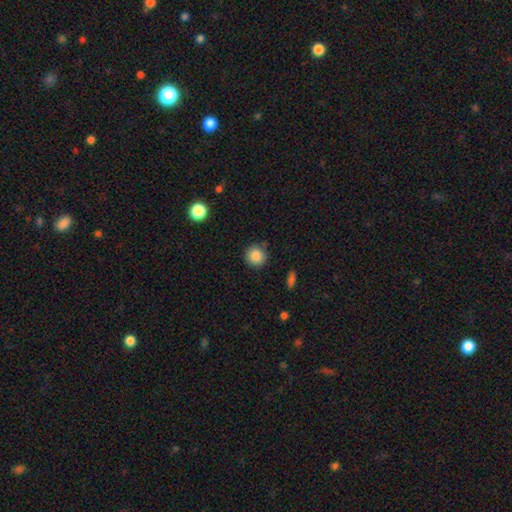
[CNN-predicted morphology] A smooth galaxy with no disk features (86%) that is round (93%).

Vote fractions:
- Smooth or featured? smooth: 86% / star or artifact: 9% / featured or disk: 5%
- How rounded? round: 93% / in between: 6% / cigar-shaped: 1%
- Merging? none: 87% / minor disturbance: 9% / major disturbance: 2% / merger: 2%